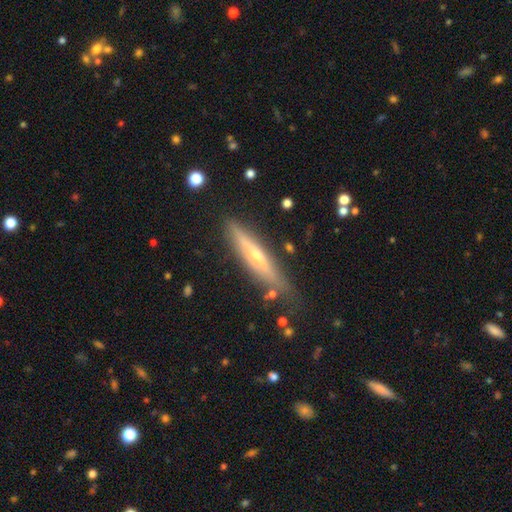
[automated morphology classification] A featured or disk galaxy (62%) viewed edge-on (93%) with a rounded central bulge (73%).

Vote fractions:
- Smooth or featured? featured or disk: 62% / smooth: 31% / star or artifact: 7%
- Edge-on disk? yes: 93% / no: 7%
- Edge-on bulge? rounded: 73% / none: 23% / boxy: 4%
- Merging? none: 81% / minor disturbance: 13% / major disturbance: 3% / merger: 3%